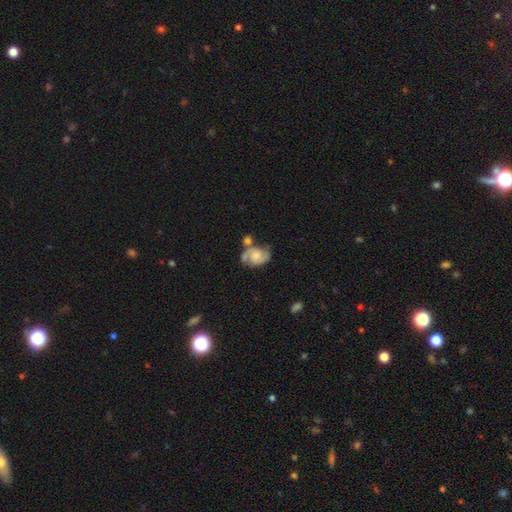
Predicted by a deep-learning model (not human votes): Morphology: type=featured or disk (72%); edge-on=no (98%); bar=no (67%); spiral arms=yes (92%); winding=medium (49%); arm count=2 (88%); bulge=moderate (30%); merging=none (45%).